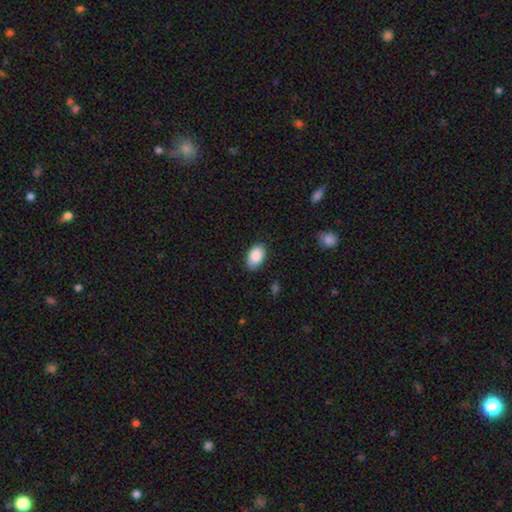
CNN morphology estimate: smooth_or_featured: smooth (p=0.89) [alt: star or artifact p=0.06]
how_rounded: in between (p=0.92) [alt: round p=0.07]
merging: none (p=0.83) [alt: minor disturbance p=0.13]